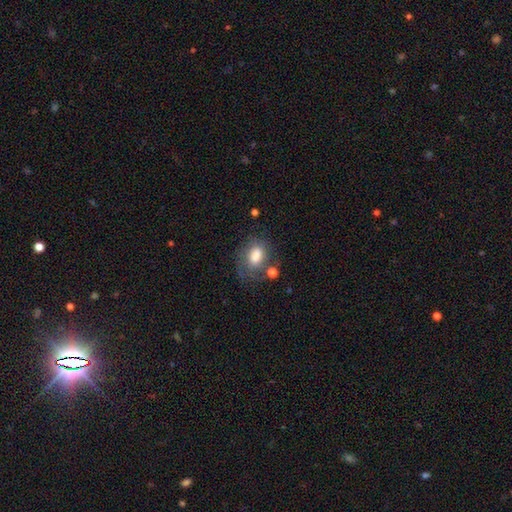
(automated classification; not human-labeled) This appears to be a smooth galaxy with no disk features (72%) that is in between round and cigar-shaped (75%). Merging: none (49%).